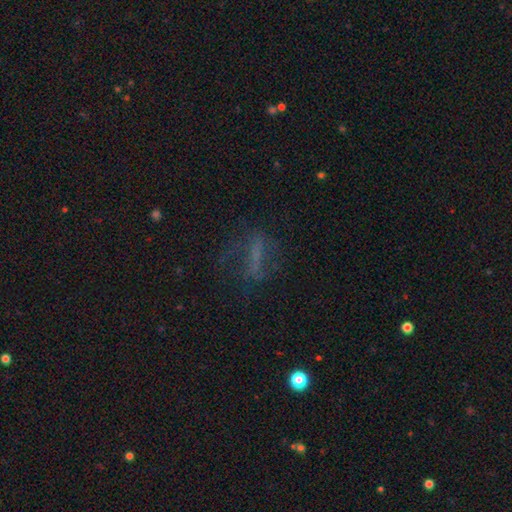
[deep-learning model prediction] A featured or disk galaxy (39%). Merging: none (60%).